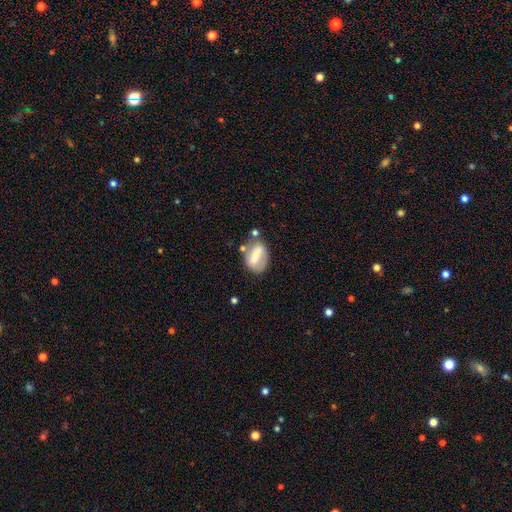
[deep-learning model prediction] Morphology: type=smooth (50%); merging=none (52%).